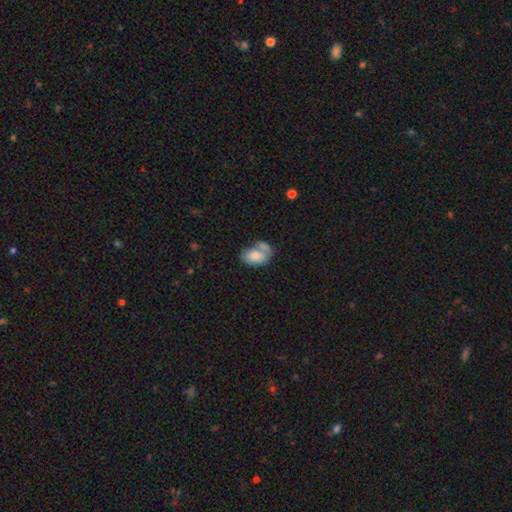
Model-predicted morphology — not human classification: Smooth or featured?
  - smooth: 78% *
  - featured or disk: 16%
  - star or artifact: 7%
How rounded?
  - in between: 88% *
  - round: 11%
  - cigar-shaped: 1%
Merging?
  - merger: 42% *
  - none: 34%
  - minor disturbance: 17%
  - major disturbance: 8%